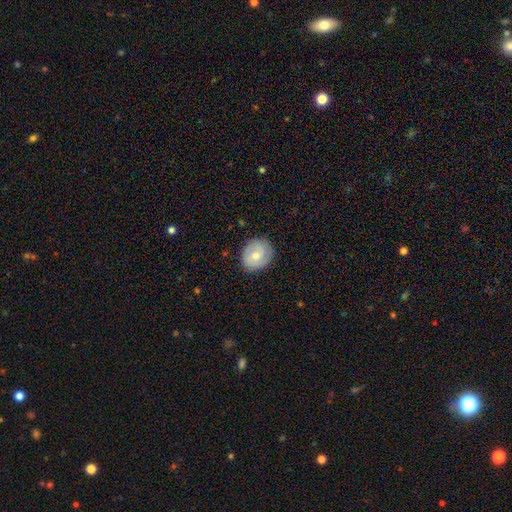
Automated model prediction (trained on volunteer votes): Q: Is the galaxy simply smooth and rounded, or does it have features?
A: smooth — 55%.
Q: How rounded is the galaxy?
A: round — 68%.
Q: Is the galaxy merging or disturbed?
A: none — 83%.